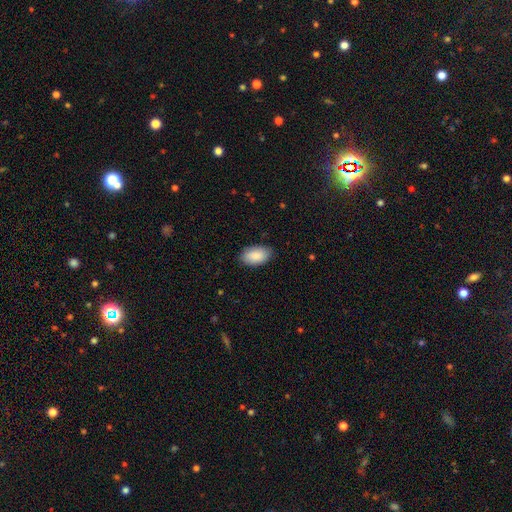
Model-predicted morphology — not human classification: A smooth galaxy with no disk features (88%) that is in between round and cigar-shaped (94%).

Vote fractions:
- Smooth or featured? smooth: 88% / featured or disk: 6% / star or artifact: 6%
- How rounded? in between: 94% / round: 4% / cigar-shaped: 1%
- Merging? none: 85% / minor disturbance: 12% / major disturbance: 2% / merger: 1%